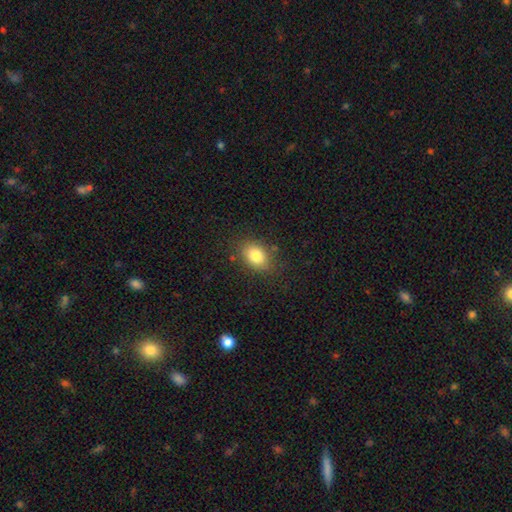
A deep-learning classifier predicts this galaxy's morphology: Q: Smooth or featured?
A: smooth (81%); runner-up: star or artifact (9%)
Q: How rounded?
A: in between (74%); runner-up: round (25%)
Q: Merging?
A: none (82%); runner-up: minor disturbance (13%)